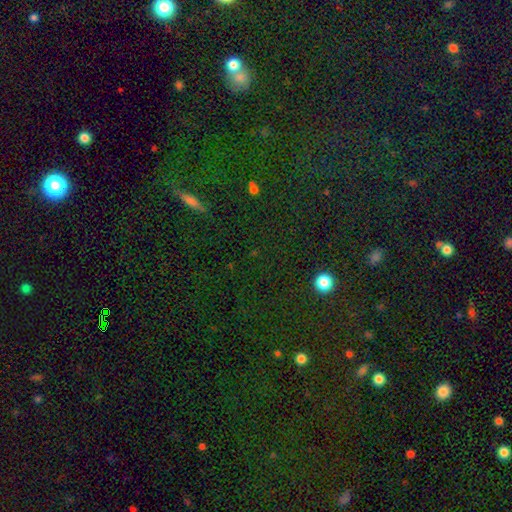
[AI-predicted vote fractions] smooth_or_featured: star or artifact (p=0.68) [alt: smooth p=0.22]